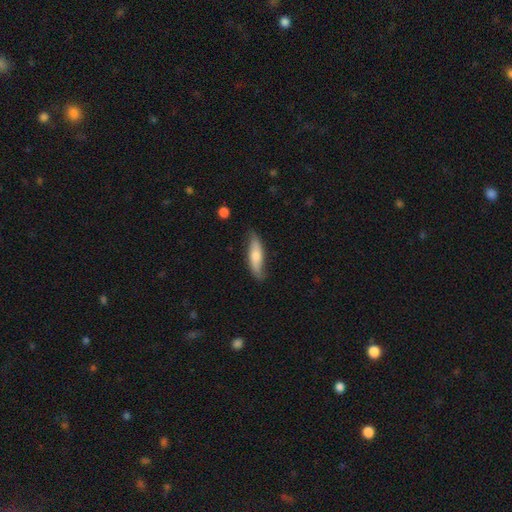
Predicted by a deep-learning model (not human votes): Overall: smooth (57%; featured or disk 37%). How rounded: cigar-shaped (57%; in between 41%). Merging: none (72%).